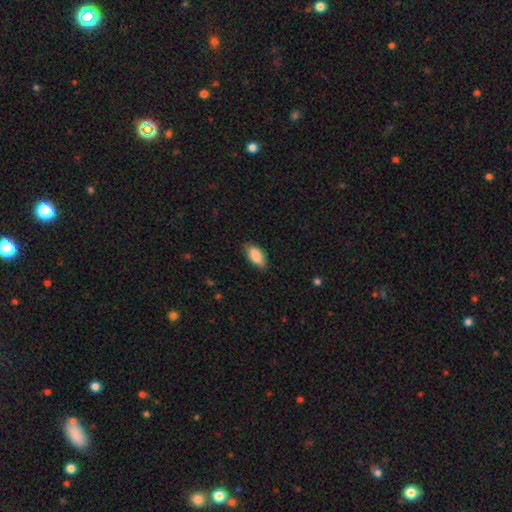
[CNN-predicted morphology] A smooth galaxy with no disk features (88%) that is in between round and cigar-shaped (92%). Merging: none (81%).